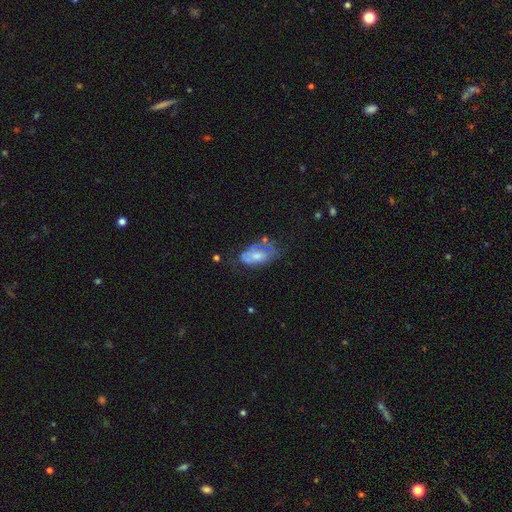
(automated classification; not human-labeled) Q: Smooth or featured?
A: smooth (51%); runner-up: featured or disk (41%)
Q: How rounded?
A: in between (91%); runner-up: round (5%)
Q: Merging?
A: none (38%); runner-up: minor disturbance (33%)